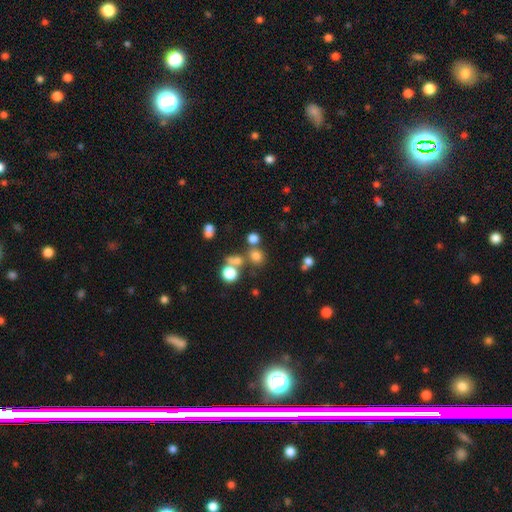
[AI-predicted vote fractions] A smooth galaxy with no disk features (70%) that is round (84%).

Vote fractions:
- Smooth or featured? smooth: 70% / star or artifact: 21% / featured or disk: 9%
- How rounded? round: 84% / in between: 15% / cigar-shaped: 1%
- Merging? none: 63% / merger: 23% / minor disturbance: 9% / major disturbance: 5%